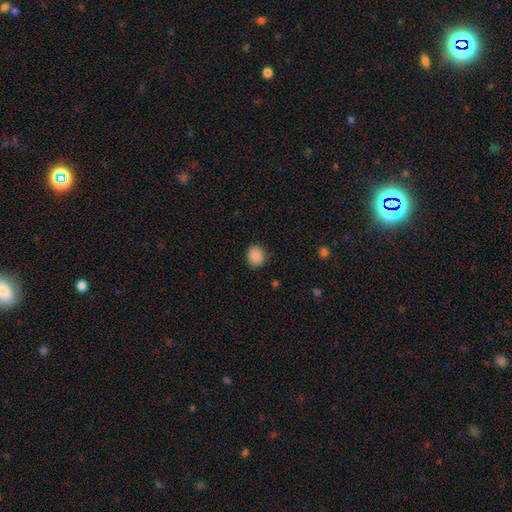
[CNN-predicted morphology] A smooth galaxy with no disk features (88%) that is round (69%). Merging: none (85%).